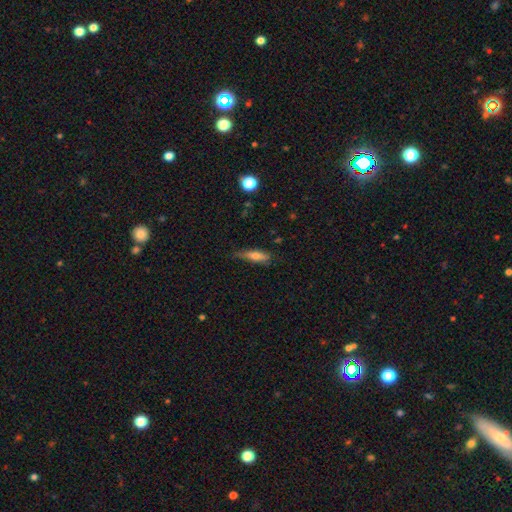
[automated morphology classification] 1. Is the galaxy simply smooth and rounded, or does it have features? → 64% smooth, 28% featured or disk, 7% star or artifact.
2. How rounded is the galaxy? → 64% cigar-shaped, 34% in between, 3% round.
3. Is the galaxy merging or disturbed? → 64% none, 28% minor disturbance, 6% major disturbance, 2% merger.